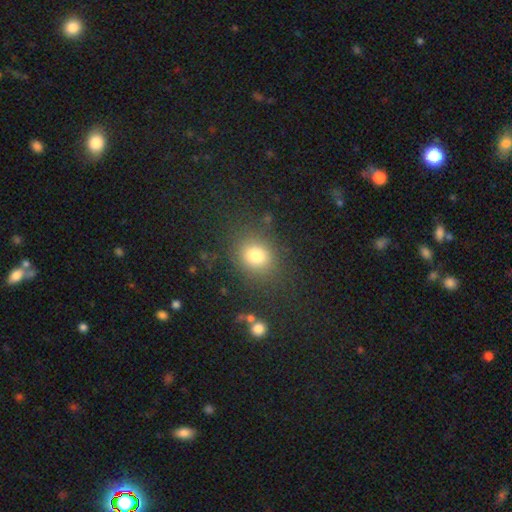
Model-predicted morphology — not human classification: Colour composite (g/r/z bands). It shows a smooth galaxy with no disk features (79%) that is round (60%). Merging: none (80%).